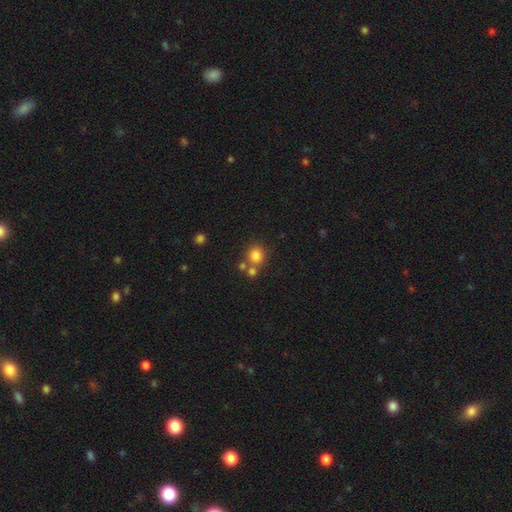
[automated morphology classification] smooth-or-featured: smooth: 80% | star or artifact: 12% | featured or disk: 7%
  how-rounded: round: 84% | in between: 15% | cigar-shaped: 1%
  merging: none: 62% | merger: 25% | minor disturbance: 9% | major disturbance: 4%